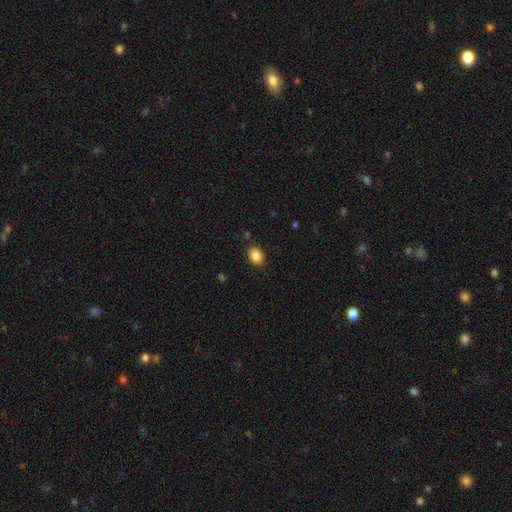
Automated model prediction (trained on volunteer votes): Smooth or featured? smooth (87%)
How rounded? in between (65%)
Merging? none (87%)